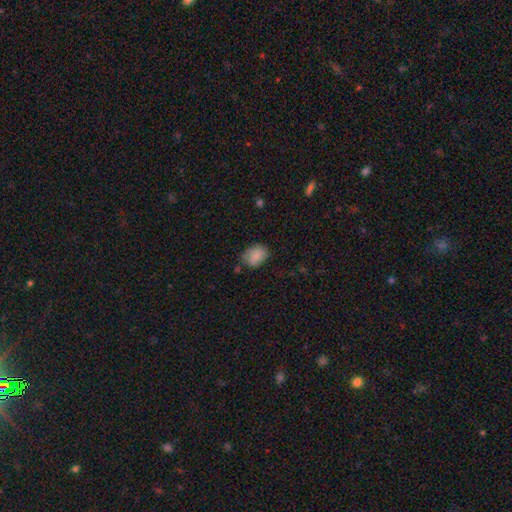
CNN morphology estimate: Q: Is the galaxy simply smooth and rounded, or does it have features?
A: smooth — 85%.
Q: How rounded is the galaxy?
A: in between — 79%.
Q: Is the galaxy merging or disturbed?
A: none — 61%.